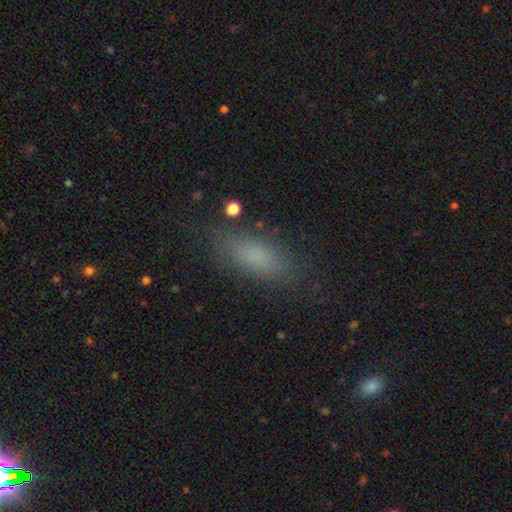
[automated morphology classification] Q: Smooth or featured?
A: smooth (79%); runner-up: star or artifact (11%)
Q: How rounded?
A: in between (74%); runner-up: cigar-shaped (22%)
Q: Merging?
A: none (82%); runner-up: minor disturbance (12%)